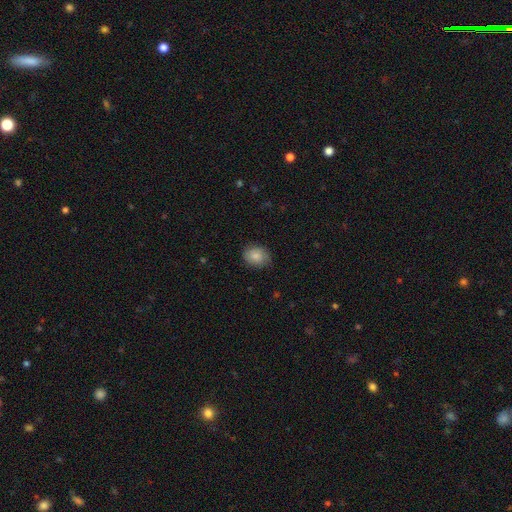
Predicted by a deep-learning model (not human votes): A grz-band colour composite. It shows a smooth galaxy with no disk features (84%) that is round (50%). Merging: none (81%).